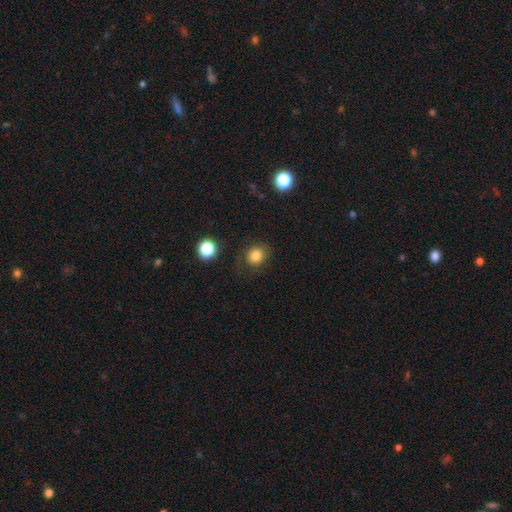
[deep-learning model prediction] Overall: smooth (81%). How rounded: round (71%). Merging: none (79%).